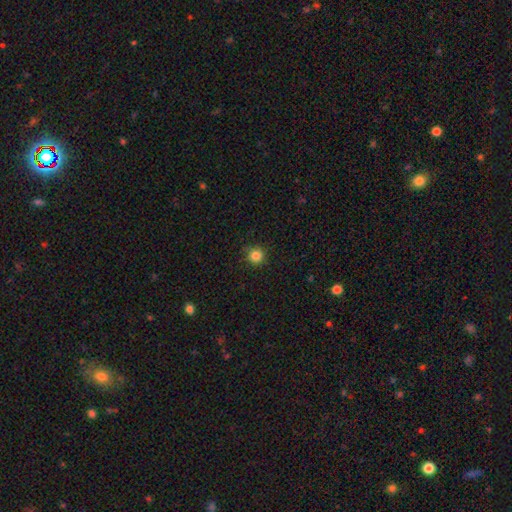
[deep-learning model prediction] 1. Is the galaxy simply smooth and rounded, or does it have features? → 84% smooth, 12% star or artifact, 4% featured or disk.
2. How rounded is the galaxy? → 94% round, 5% in between, 1% cigar-shaped.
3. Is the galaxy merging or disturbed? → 87% none, 10% minor disturbance, 2% major disturbance, 1% merger.